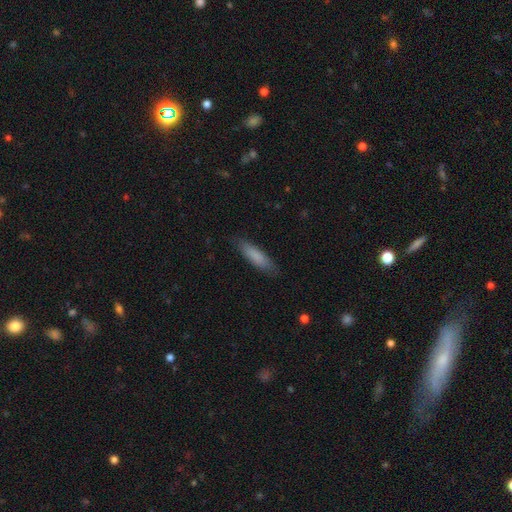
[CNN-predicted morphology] type=smooth (83%); roundness=cigar-shaped (67%); merging=none (84%).